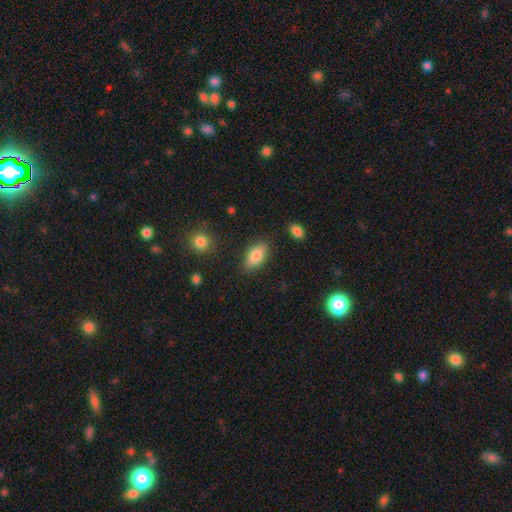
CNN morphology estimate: This appears to be a smooth galaxy with no disk features (81%) that is in between round and cigar-shaped (88%). Merging: none (84%).